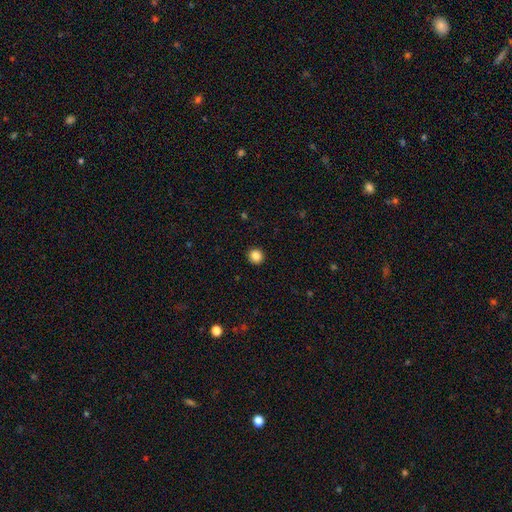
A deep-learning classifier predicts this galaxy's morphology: smooth_or_featured: smooth (p=0.86) [alt: star or artifact p=0.10]
how_rounded: round (p=0.91) [alt: in between p=0.08]
merging: none (p=0.93) [alt: minor disturbance p=0.04]